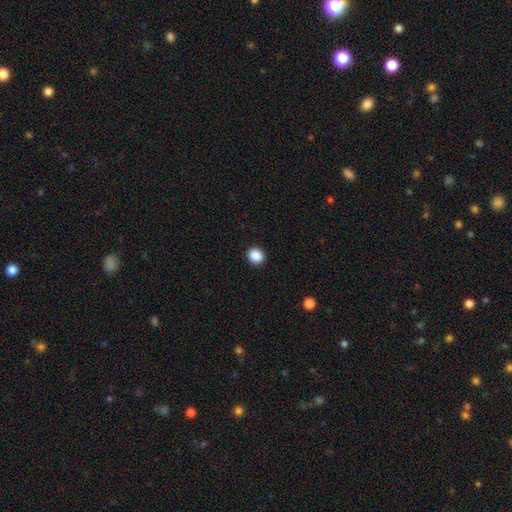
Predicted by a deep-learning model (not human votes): smooth_or_featured: smooth (p=0.88) [alt: star or artifact p=0.09]
how_rounded: round (p=0.84) [alt: in between p=0.15]
merging: none (p=0.93) [alt: minor disturbance p=0.05]